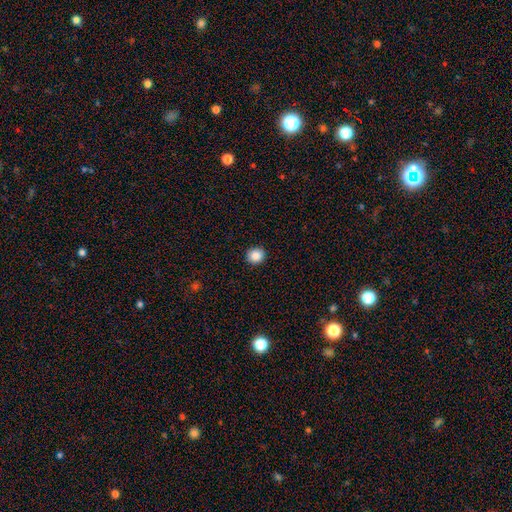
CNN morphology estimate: A smooth galaxy with no disk features (87%) that is round (86%). Merging: none (92%).